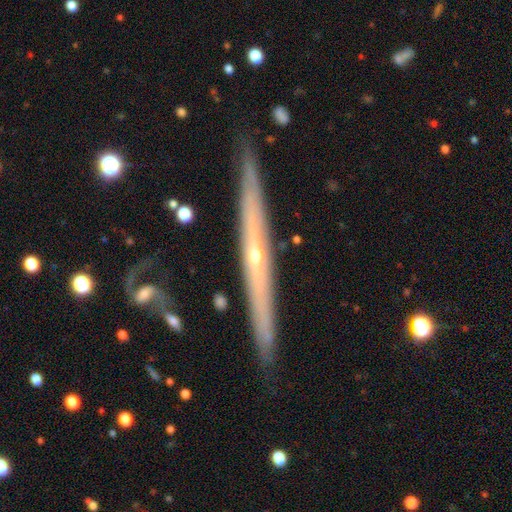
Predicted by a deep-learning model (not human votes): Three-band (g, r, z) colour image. It shows a featured or disk galaxy (78%) viewed edge-on (95%) with a rounded central bulge (58%). Merging: none (88%).